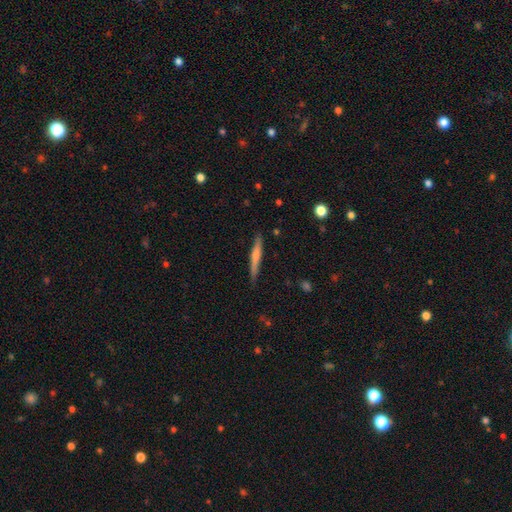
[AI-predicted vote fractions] This is possibly a smooth galaxy (56%). How rounded: clearly cigar-shaped (95%). Merging: clearly none (85%).